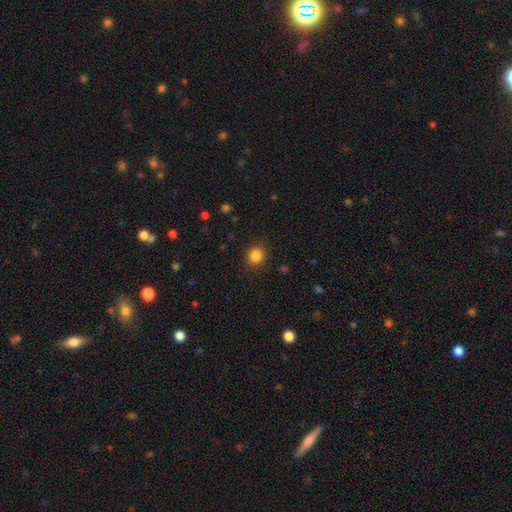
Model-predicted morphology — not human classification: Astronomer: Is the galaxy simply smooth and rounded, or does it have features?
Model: smooth — 84%.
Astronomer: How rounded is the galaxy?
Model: round — 86%.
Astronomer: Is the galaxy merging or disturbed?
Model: none — 90%.